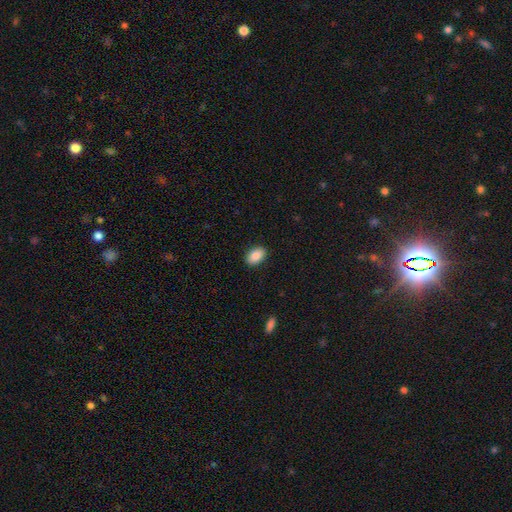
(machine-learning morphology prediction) smooth_or_featured: smooth (p=0.88) [alt: star or artifact p=0.07]
how_rounded: in between (p=0.88) [alt: round p=0.10]
merging: none (p=0.90) [alt: minor disturbance p=0.07]